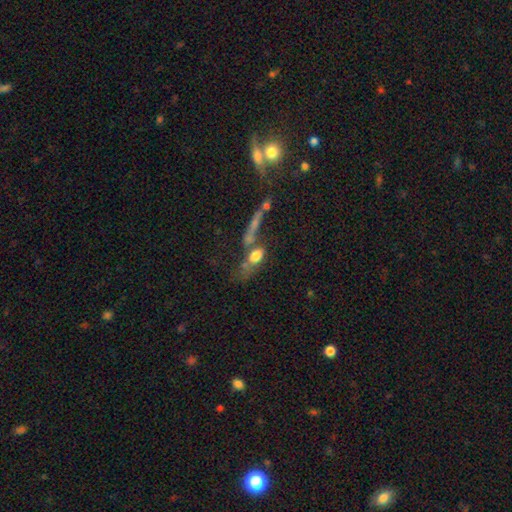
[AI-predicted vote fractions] smooth 62%, featured or disk 26%, star or artifact 13%. Down the decision tree: how rounded — in between (63%); merging — merger (43%).